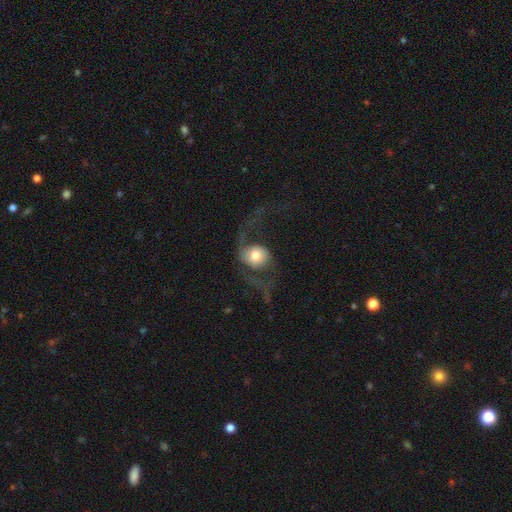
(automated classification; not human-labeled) featured or disk 59%, smooth 34%, star or artifact 7%. Down the decision tree: edge-on disk — no (95%); bar — no (75%); spiral arms — yes (79%); bulge size — moderate (54%); merging — major disturbance (47%).